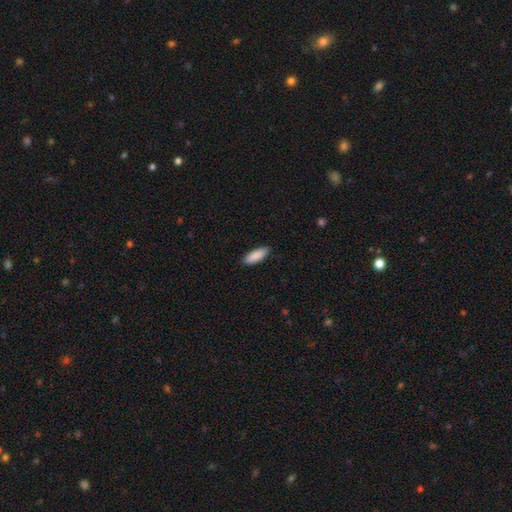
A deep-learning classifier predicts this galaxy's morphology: This is clearly a smooth galaxy (90%). How rounded: likely in between (68%). Merging: clearly none (89%).